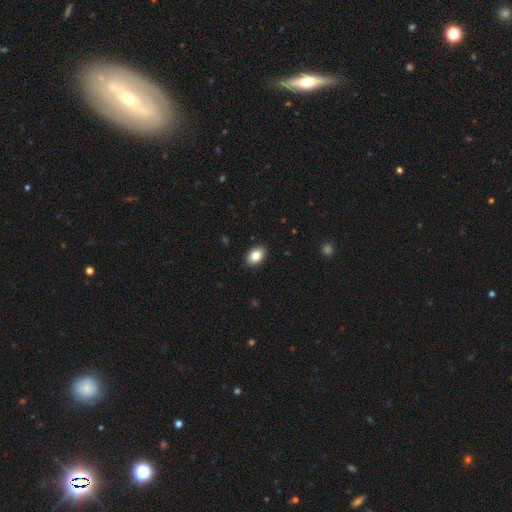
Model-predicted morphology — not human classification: smooth 84%, featured or disk 9%, star or artifact 8%. Down the decision tree: how rounded — in between (87%); merging — none (91%).